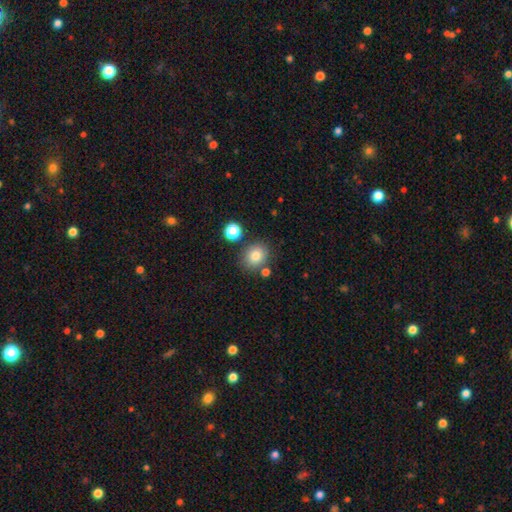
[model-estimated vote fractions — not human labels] smooth-or-featured: smooth: 79% | star or artifact: 12% | featured or disk: 9%
  how-rounded: round: 70% | in between: 29% | cigar-shaped: 1%
  merging: none: 78% | minor disturbance: 10% | merger: 9% | major disturbance: 3%